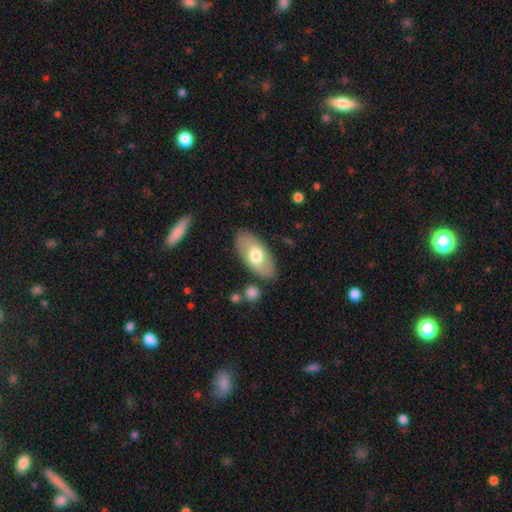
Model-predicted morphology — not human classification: Overall: smooth (64%; featured or disk 30%). How rounded: in between (93%). Merging: none (83%).